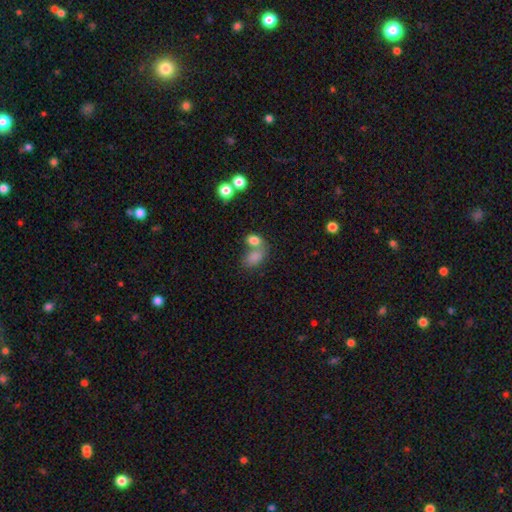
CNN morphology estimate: Smooth or featured? Predicted: smooth (p=0.80). How rounded? Predicted: in between (p=0.84). Merging? Predicted: merger (p=0.54).